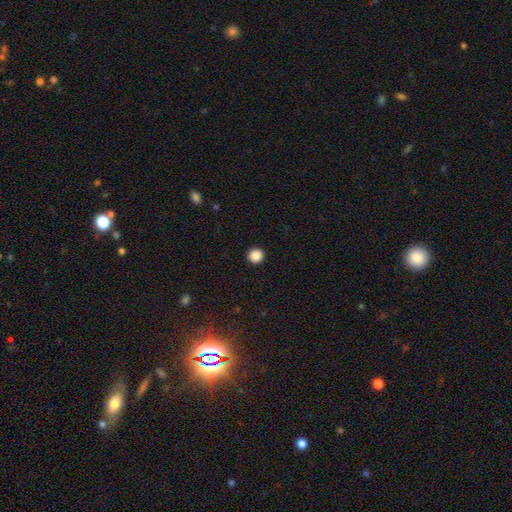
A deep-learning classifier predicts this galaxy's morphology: Smooth or featured? smooth (88%)
How rounded? round (95%)
Merging? none (94%)